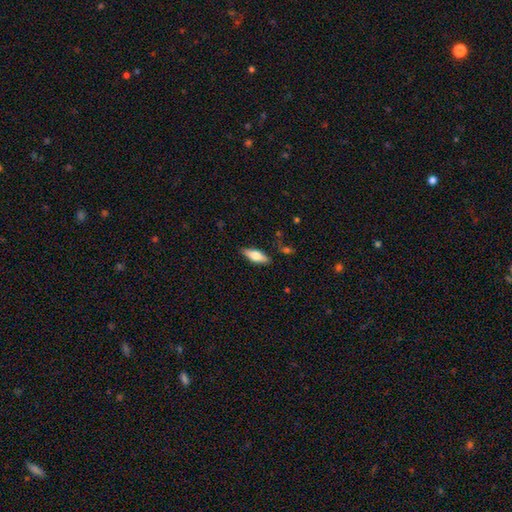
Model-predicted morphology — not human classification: A smooth galaxy with no disk features (62%) that is in between round and cigar-shaped (65%). Merging: none (84%).